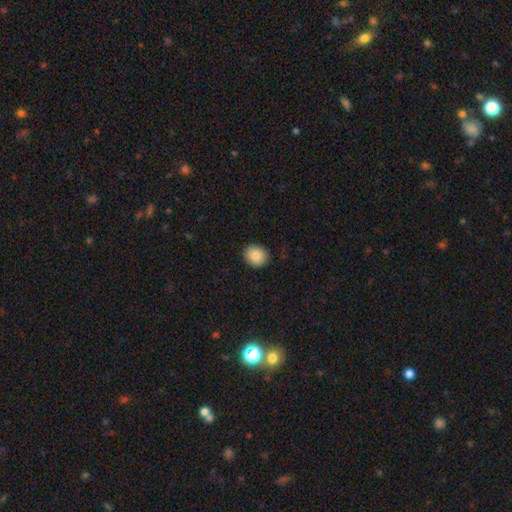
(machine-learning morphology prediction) smooth-or-featured: smooth: 87% | star or artifact: 8% | featured or disk: 5%
  how-rounded: round: 78% | in between: 21% | cigar-shaped: 1%
  merging: none: 90% | minor disturbance: 7% | major disturbance: 2% | merger: 1%